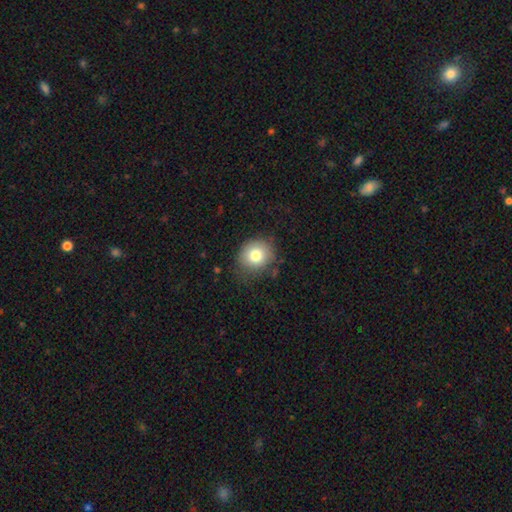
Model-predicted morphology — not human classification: smooth_or_featured: smooth (p=0.78) [alt: star or artifact p=0.11]
how_rounded: round (p=0.77) [alt: in between p=0.22]
merging: none (p=0.77) [alt: minor disturbance p=0.17]